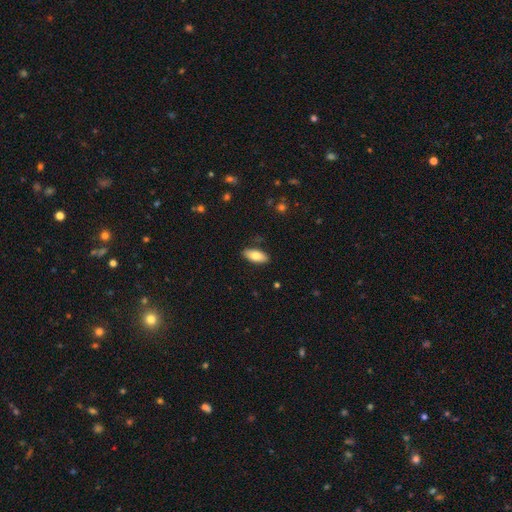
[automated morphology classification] smooth 81%, featured or disk 13%, star or artifact 7%. Down the decision tree: how rounded — in between (85%); merging — none (86%).